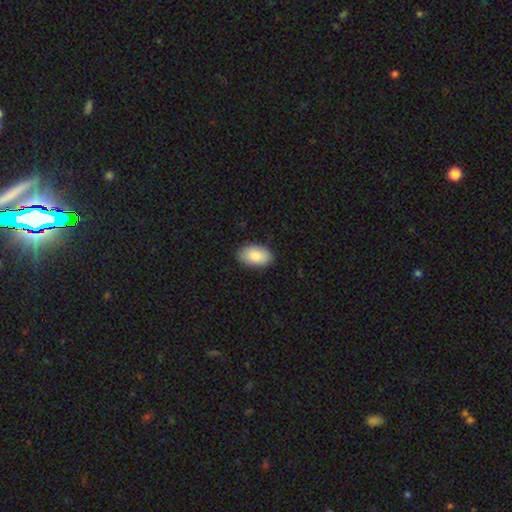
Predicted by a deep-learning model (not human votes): smooth-or-featured: smooth: 87% | featured or disk: 7% | star or artifact: 6%
  how-rounded: in between: 93% | round: 6% | cigar-shaped: 1%
  merging: none: 86% | minor disturbance: 11% | major disturbance: 2% | merger: 1%